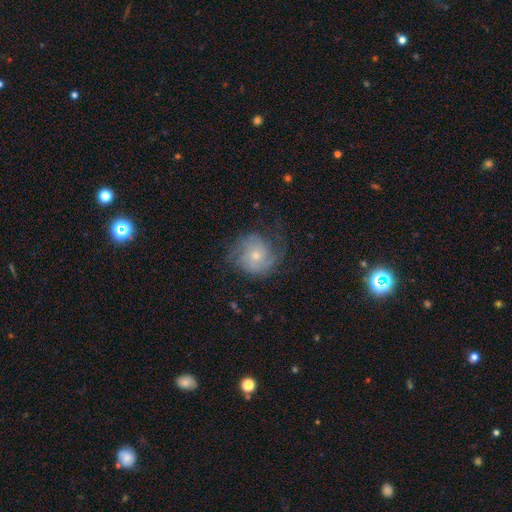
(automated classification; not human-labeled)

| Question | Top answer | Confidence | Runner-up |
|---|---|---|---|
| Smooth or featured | featured or disk | 69% | smooth (23%) |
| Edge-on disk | no | 98% | yes (2%) |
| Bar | no | 78% | weak (19%) |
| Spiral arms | yes | 90% | no (10%) |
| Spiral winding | medium | 40% | tight (38%) |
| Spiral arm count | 2 | 38% | can't tell (28%) |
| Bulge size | small | 62% | moderate (33%) |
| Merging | none | 61% | minor disturbance (21%) |